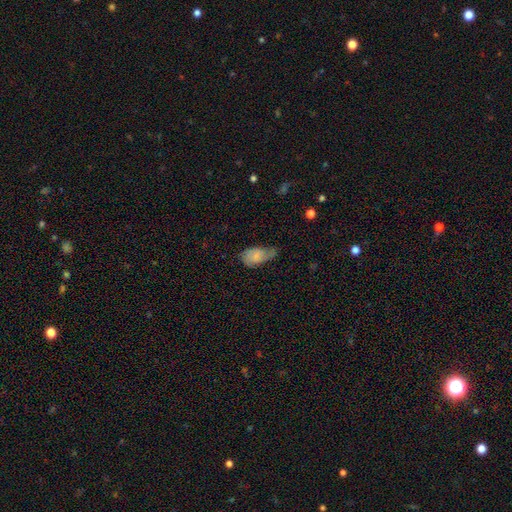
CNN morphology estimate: Smooth or featured?
  - smooth: 66% *
  - featured or disk: 26%
  - star or artifact: 8%
How rounded?
  - in between: 91% *
  - round: 6%
  - cigar-shaped: 3%
Merging?
  - minor disturbance: 45% *
  - none: 30%
  - major disturbance: 21%
  - merger: 3%